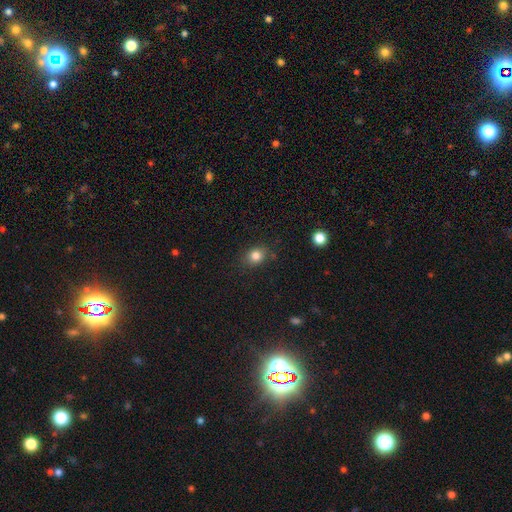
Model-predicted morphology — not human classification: smooth 83%, star or artifact 11%, featured or disk 6%. Down the decision tree: how rounded — round (58%); merging — none (81%).